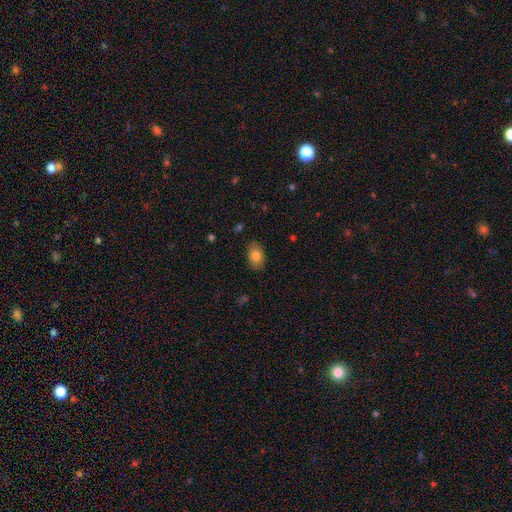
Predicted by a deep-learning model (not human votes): Morphology: type=smooth (81%); roundness=in between (88%); merging=none (85%).